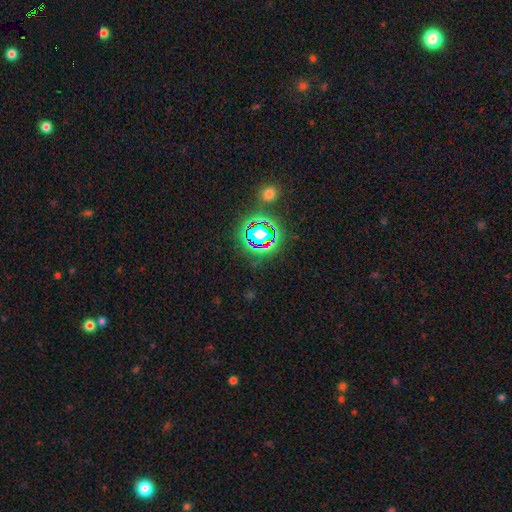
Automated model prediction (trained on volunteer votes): This appears to be a star or artifact, not a galaxy (78%).